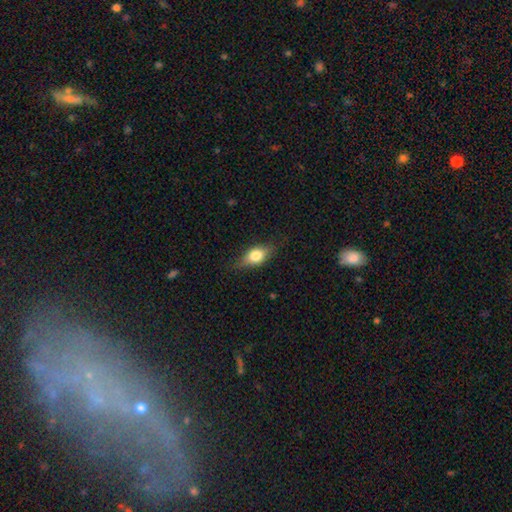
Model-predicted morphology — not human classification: This is likely a smooth galaxy (69%). How rounded: likely in between (78%). Merging: likely none (75%).